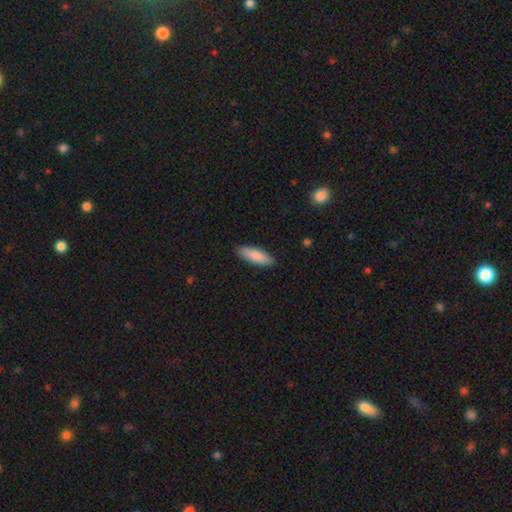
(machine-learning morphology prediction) A smooth galaxy with no disk features (86%) that is in between round and cigar-shaped (57%). Merging: none (89%).